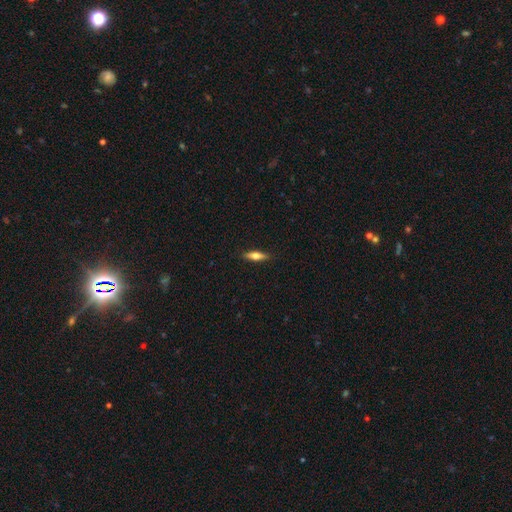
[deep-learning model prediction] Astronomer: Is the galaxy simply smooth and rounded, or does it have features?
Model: smooth — 60%.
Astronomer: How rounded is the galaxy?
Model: cigar-shaped — 61% (runner-up: in between, 37%).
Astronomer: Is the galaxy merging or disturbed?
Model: none — 89%.